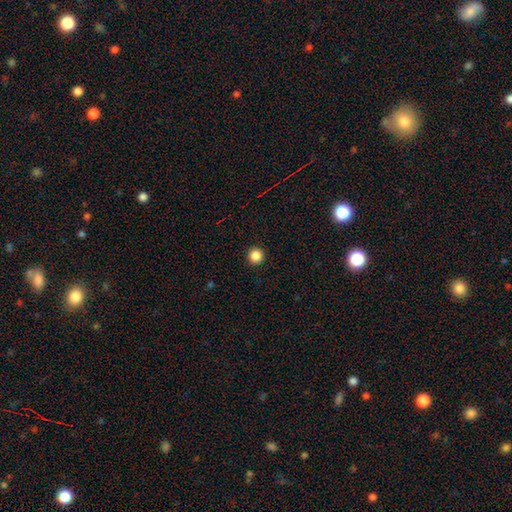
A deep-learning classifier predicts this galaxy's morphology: Smooth or featured? smooth (86%)
How rounded? round (96%)
Merging? none (94%)